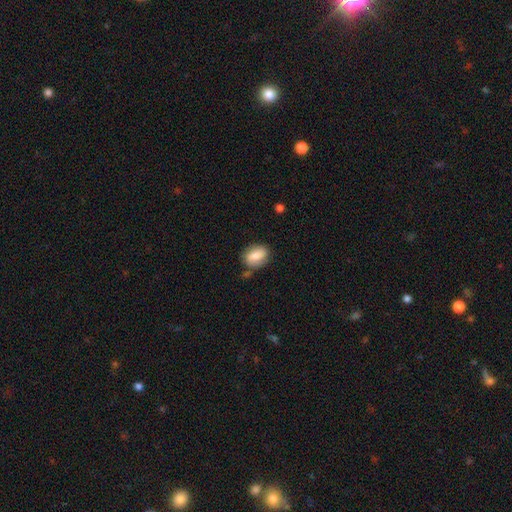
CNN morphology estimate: The model was most divided on "merging": none: 66%, minor disturbance: 22%, merger: 6%, major disturbance: 6%. More confident: how rounded — in between (77%); smooth or featured — smooth (74%).